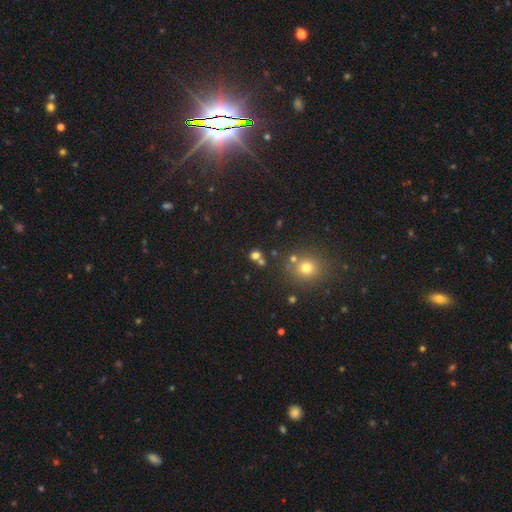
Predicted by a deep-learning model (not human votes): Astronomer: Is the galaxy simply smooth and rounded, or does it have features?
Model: smooth — 67%.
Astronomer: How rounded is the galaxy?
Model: round — 79%.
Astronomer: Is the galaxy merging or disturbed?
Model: none — 62%.